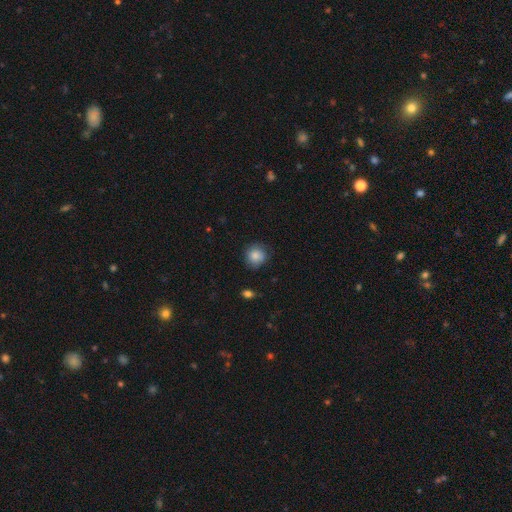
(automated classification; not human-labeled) Smooth or featured?
  - smooth: 83% *
  - featured or disk: 9%
  - star or artifact: 8%
How rounded?
  - round: 88% *
  - in between: 11%
  - cigar-shaped: 1%
Merging?
  - none: 75% *
  - minor disturbance: 19%
  - major disturbance: 5%
  - merger: 1%